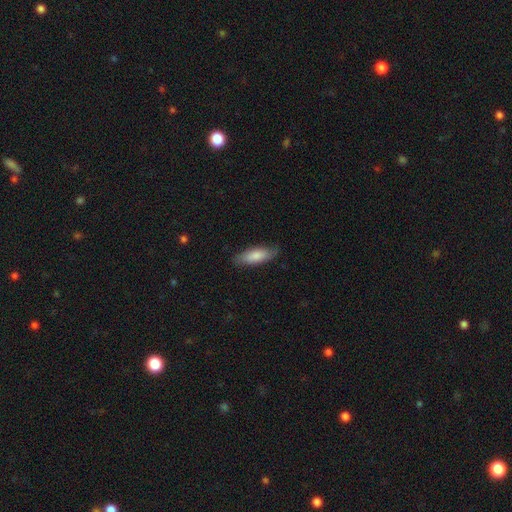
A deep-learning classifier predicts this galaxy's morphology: Q: Smooth or featured?
A: smooth (78%); runner-up: featured or disk (16%)
Q: How rounded?
A: in between (61%); runner-up: cigar-shaped (38%)
Q: Merging?
A: none (80%); runner-up: minor disturbance (16%)